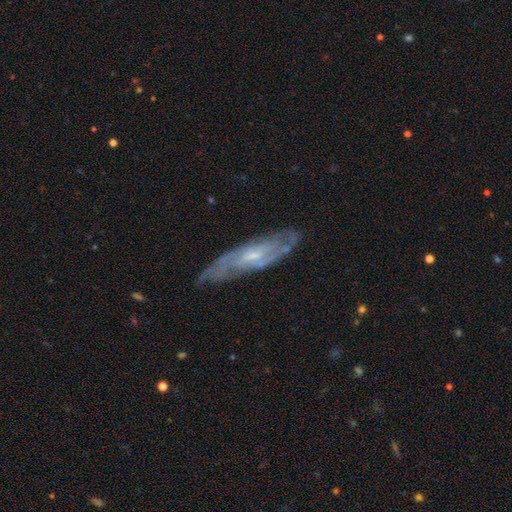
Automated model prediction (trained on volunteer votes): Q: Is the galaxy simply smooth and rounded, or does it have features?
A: featured or disk — 76%.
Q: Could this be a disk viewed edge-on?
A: no — 68%.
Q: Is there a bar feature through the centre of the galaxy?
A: no — 53%.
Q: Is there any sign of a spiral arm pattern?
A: yes — 89%.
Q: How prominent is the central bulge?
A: small — 64%.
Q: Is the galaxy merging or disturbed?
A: none — 79%.